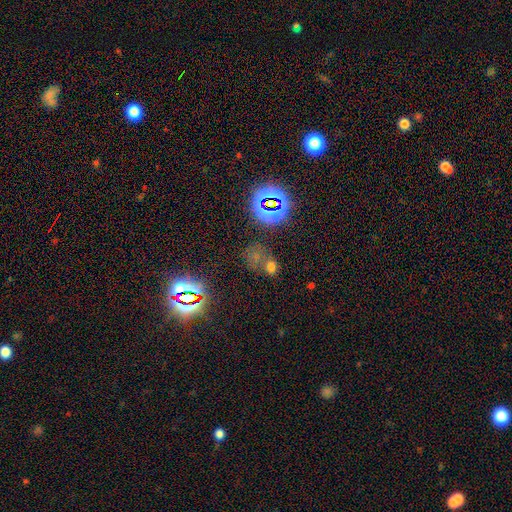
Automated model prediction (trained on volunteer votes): The model was most divided on "smooth or featured": star or artifact: 47%, smooth: 43%, featured or disk: 10%.